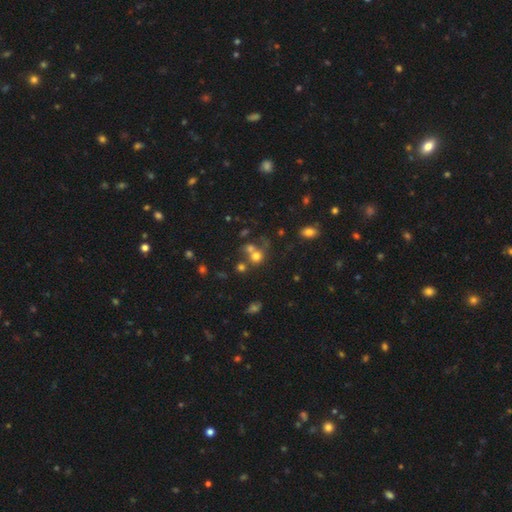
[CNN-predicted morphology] smooth 65%, star or artifact 18%, featured or disk 17%. Down the decision tree: how rounded — round (80%); merging — merger (45%).